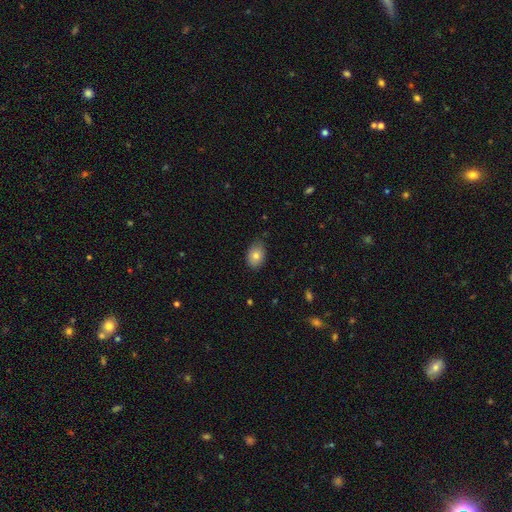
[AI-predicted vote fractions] A smooth galaxy with no disk features (80%) that is in between round and cigar-shaped (80%).

Vote fractions:
- Smooth or featured? smooth: 80% / featured or disk: 11% / star or artifact: 8%
- How rounded? in between: 80% / round: 18% / cigar-shaped: 1%
- Merging? none: 77% / minor disturbance: 19% / major disturbance: 3% / merger: 1%